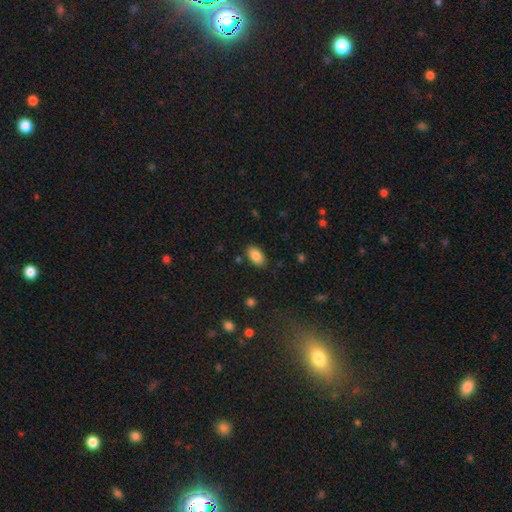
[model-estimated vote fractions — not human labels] smooth 86%, star or artifact 8%, featured or disk 6%. Down the decision tree: how rounded — in between (93%); merging — none (86%).